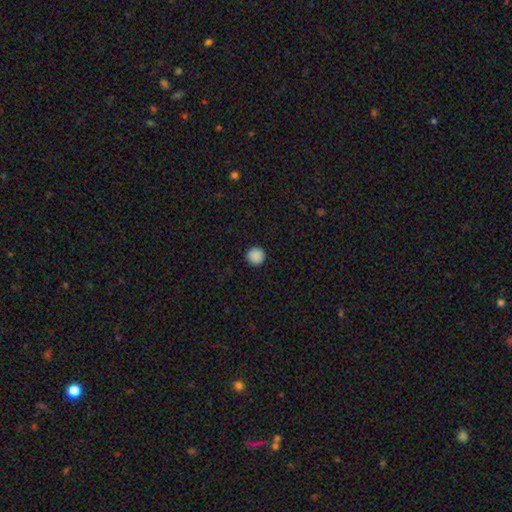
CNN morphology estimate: Q: Smooth or featured?
A: smooth (89%); runner-up: star or artifact (9%)
Q: How rounded?
A: round (95%); runner-up: in between (4%)
Q: Merging?
A: none (92%); runner-up: minor disturbance (5%)